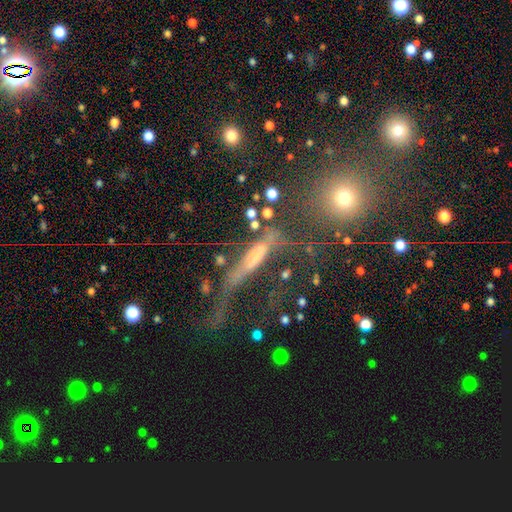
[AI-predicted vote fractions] This appears to be a featured or disk galaxy (46%). Merging: major disturbance (40%).